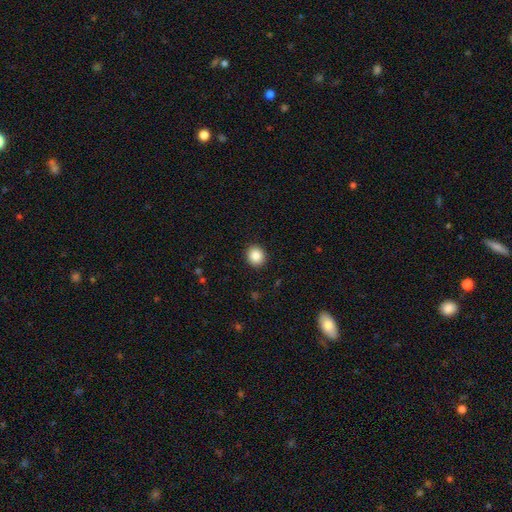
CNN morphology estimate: Overall: smooth (87%). How rounded: round (82%). Merging: none (92%).